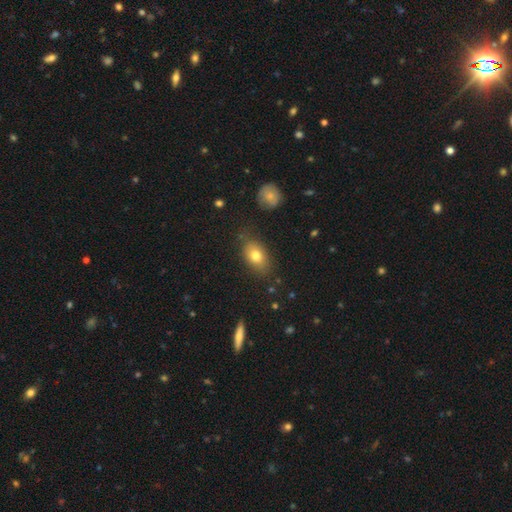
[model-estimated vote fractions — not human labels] This is likely a smooth galaxy (78%). How rounded: clearly in between (83%). Merging: likely none (77%).